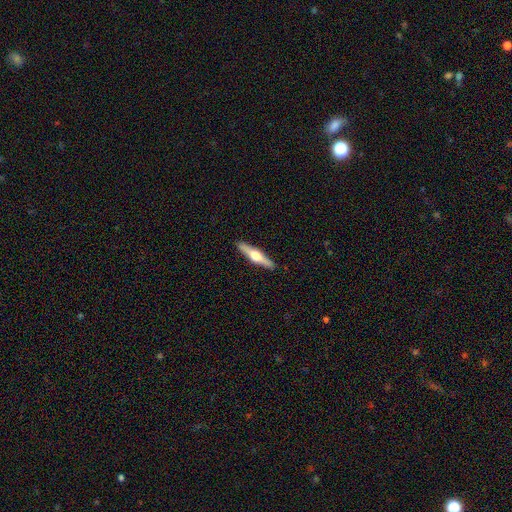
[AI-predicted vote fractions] Smooth or featured? featured or disk (64%)
Edge-on disk? yes (97%)
Edge-on bulge? rounded (94%)
Merging? none (91%)